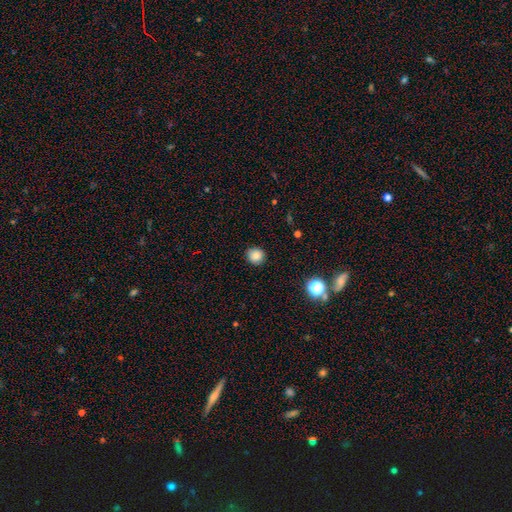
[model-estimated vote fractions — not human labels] Overall: smooth (85%). How rounded: round (90%). Merging: none (89%).